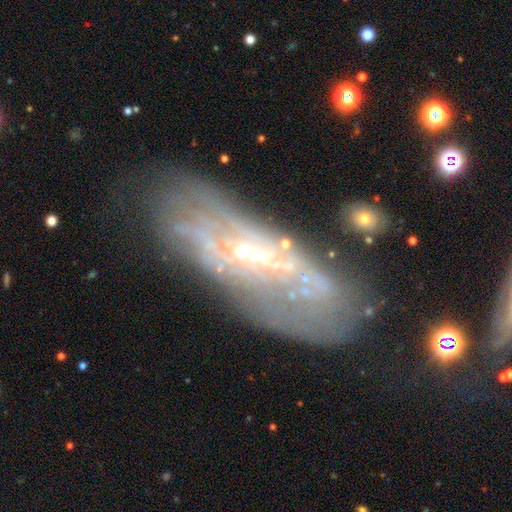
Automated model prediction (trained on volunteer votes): smooth_or_featured: featured or disk (p=0.73) [alt: smooth p=0.18]
disk_edge_on: no (p=0.75) [alt: yes p=0.25]
bar: weak (p=0.40) [alt: no p=0.35]
has_spiral_arms: yes (p=0.57) [alt: no p=0.43]
bulge_size: small (p=0.58) [alt: moderate p=0.25]
merging: none (p=0.63) [alt: minor disturbance p=0.20]